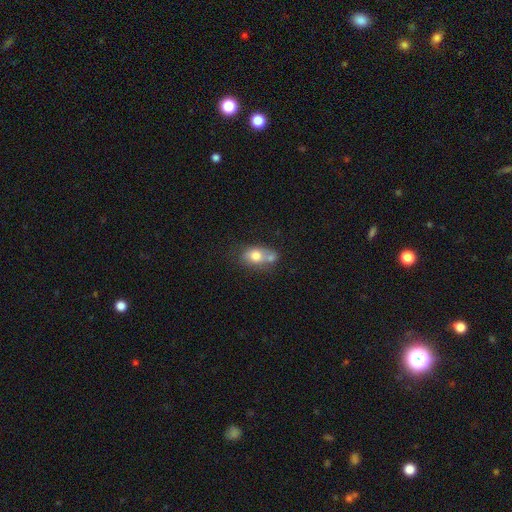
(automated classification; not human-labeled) smooth 73%, featured or disk 19%, star or artifact 8%. Down the decision tree: how rounded — in between (70%); merging — merger (49%).